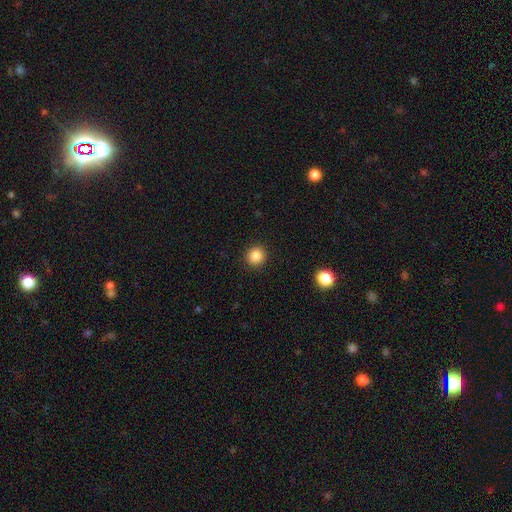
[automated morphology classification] A smooth galaxy with no disk features (86%) that is round (93%).

Vote fractions:
- Smooth or featured? smooth: 86% / star or artifact: 11% / featured or disk: 4%
- How rounded? round: 93% / in between: 6% / cigar-shaped: 1%
- Merging? none: 92% / minor disturbance: 5% / major disturbance: 2% / merger: 1%